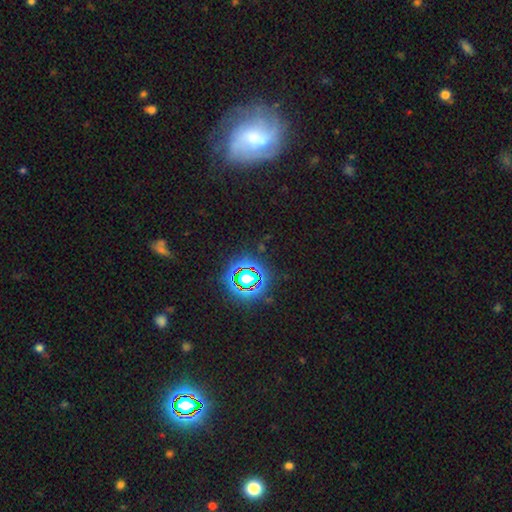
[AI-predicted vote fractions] smooth_or_featured: star or artifact (p=0.56) [alt: featured or disk p=0.24]